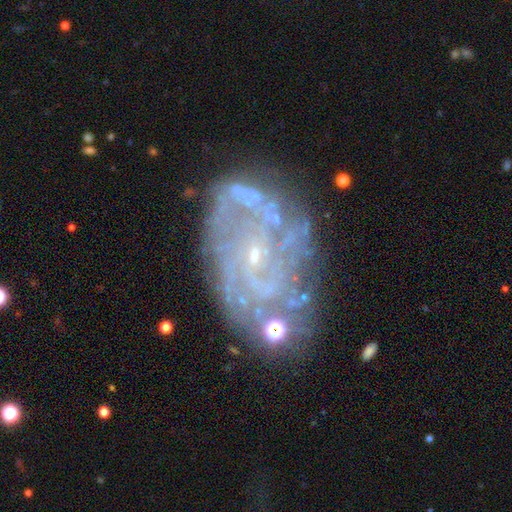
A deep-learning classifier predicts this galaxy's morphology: A featured or disk galaxy (85%) with no bar (67%), tight (59%) spiral arms (89%) and a small central bulge (86%).

Vote fractions:
- Smooth or featured? featured or disk: 85% / star or artifact: 8% / smooth: 7%
- Edge-on disk? no: 97% / yes: 3%
- Bar? no: 67% / weak: 26% / strong: 7%
- Spiral arms? yes: 89% / no: 11%
- Spiral winding? tight: 59% / medium: 31% / loose: 10%
- Spiral arm count? can't tell: 37% / 2: 16% / 4: 15% / 3: 15% / more than 4: 9% / 1: 7%
- Bulge size? small: 86% / moderate: 8% / none: 4% / large: 1% / dominant: 1%
- Merging? none: 64% / minor disturbance: 19% / major disturbance: 10% / merger: 6%